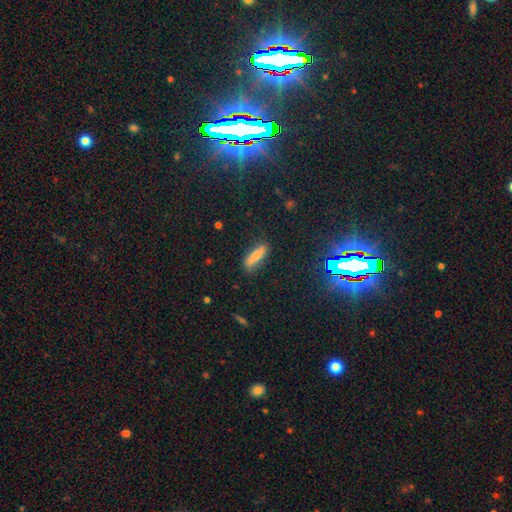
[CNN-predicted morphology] A smooth galaxy with no disk features (70%) that is cigar-shaped (65%).

Vote fractions:
- Smooth or featured? smooth: 70% / featured or disk: 21% / star or artifact: 10%
- How rounded? cigar-shaped: 65% / in between: 32% / round: 3%
- Merging? none: 80% / minor disturbance: 14% / major disturbance: 4% / merger: 2%